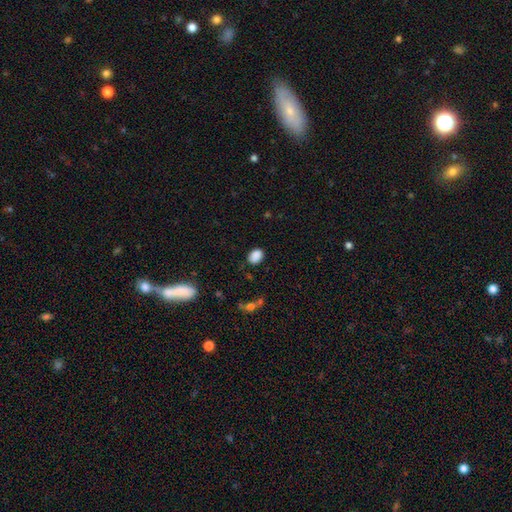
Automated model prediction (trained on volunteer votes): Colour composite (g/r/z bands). It shows a smooth galaxy with no disk features (87%) that is in between round and cigar-shaped (73%). Merging: none (80%).